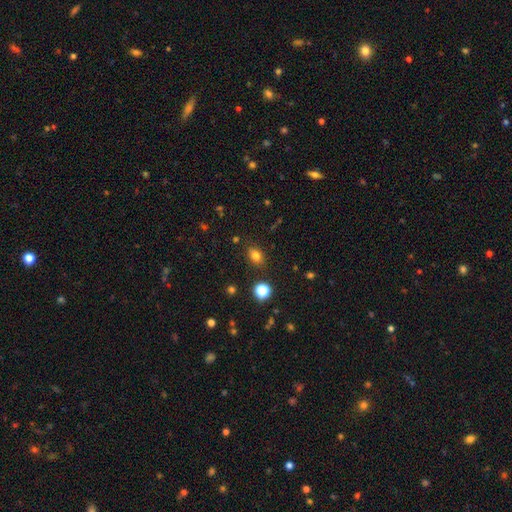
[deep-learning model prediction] A smooth galaxy with no disk features (78%) that is in between round and cigar-shaped (69%).

Vote fractions:
- Smooth or featured? smooth: 78% / star or artifact: 15% / featured or disk: 7%
- How rounded? in between: 69% / round: 29% / cigar-shaped: 2%
- Merging? none: 82% / minor disturbance: 12% / major disturbance: 3% / merger: 3%